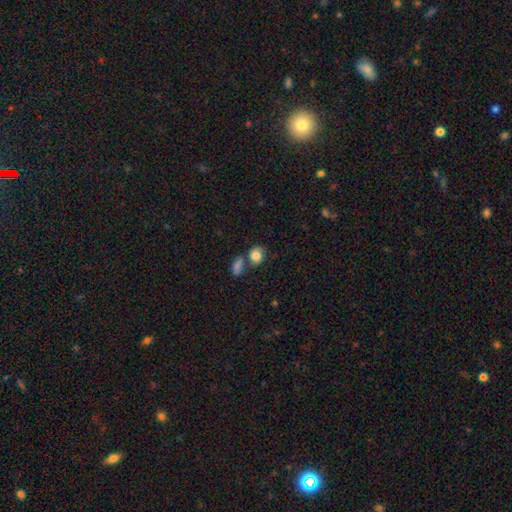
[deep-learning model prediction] Overall: smooth (82%). How rounded: round (58%; in between 40%). Merging: none (47%; merger 31%).